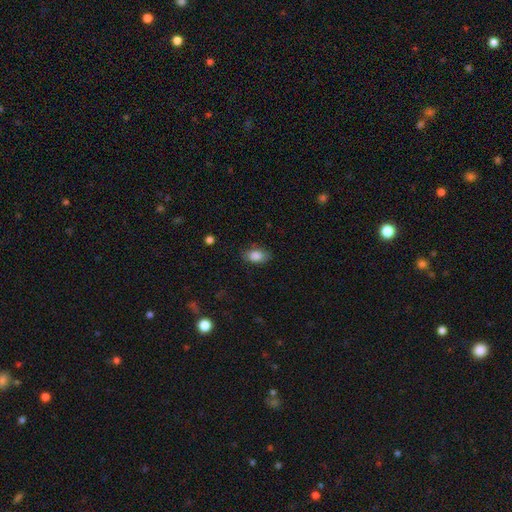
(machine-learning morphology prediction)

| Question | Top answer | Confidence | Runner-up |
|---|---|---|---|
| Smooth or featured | smooth | 85% | star or artifact (8%) |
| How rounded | in between | 89% | round (9%) |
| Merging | none | 79% | minor disturbance (16%) |